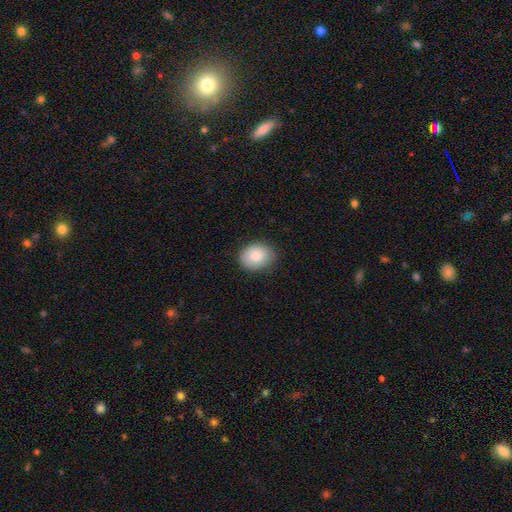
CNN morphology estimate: Smooth or featured? smooth (84%)
How rounded? in between (55%)
Merging? none (82%)